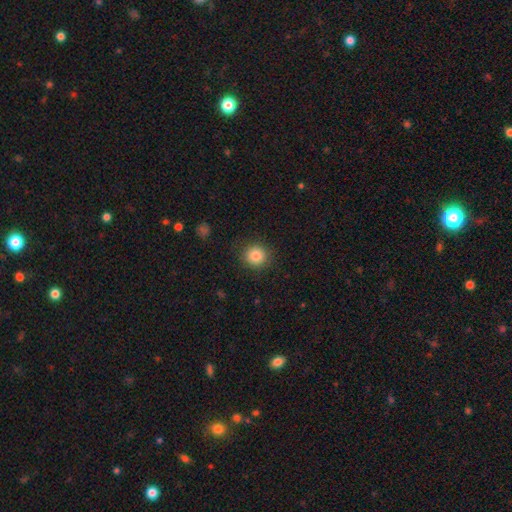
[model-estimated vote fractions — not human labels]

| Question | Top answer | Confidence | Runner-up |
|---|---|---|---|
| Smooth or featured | smooth | 84% | star or artifact (10%) |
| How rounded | round | 91% | in between (8%) |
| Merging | none | 89% | minor disturbance (7%) |